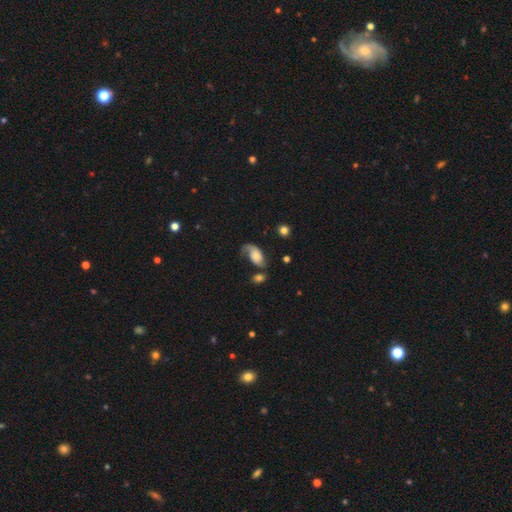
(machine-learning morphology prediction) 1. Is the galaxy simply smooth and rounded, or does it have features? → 54% featured or disk, 38% smooth, 9% star or artifact.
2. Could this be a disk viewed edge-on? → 96% no, 4% yes.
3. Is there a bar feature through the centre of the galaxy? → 71% no, 24% weak, 5% strong.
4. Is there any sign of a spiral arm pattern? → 88% yes, 12% no.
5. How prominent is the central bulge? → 28% small, 25% moderate, 21% none, 20% large, 6% dominant.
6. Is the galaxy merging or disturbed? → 40% none, 26% major disturbance, 24% minor disturbance, 10% merger.